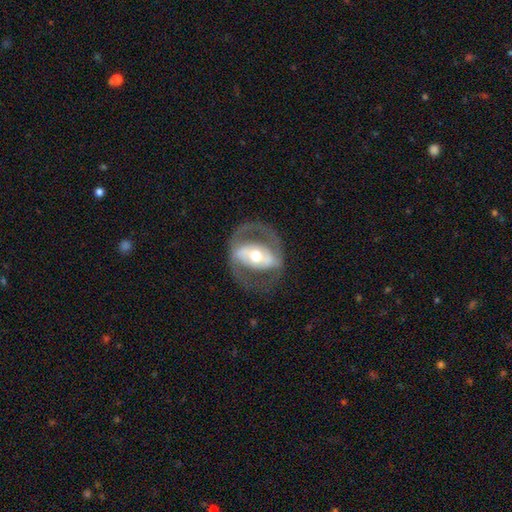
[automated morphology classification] smooth_or_featured: featured or disk (p=0.77) [alt: smooth p=0.18]
disk_edge_on: no (p=0.94) [alt: yes p=0.06]
bar: strong (p=0.47) [alt: no p=0.29]
has_spiral_arms: yes (p=0.56) [alt: no p=0.44]
bulge_size: moderate (p=0.68) [alt: small p=0.15]
merging: none (p=0.67) [alt: major disturbance p=0.17]